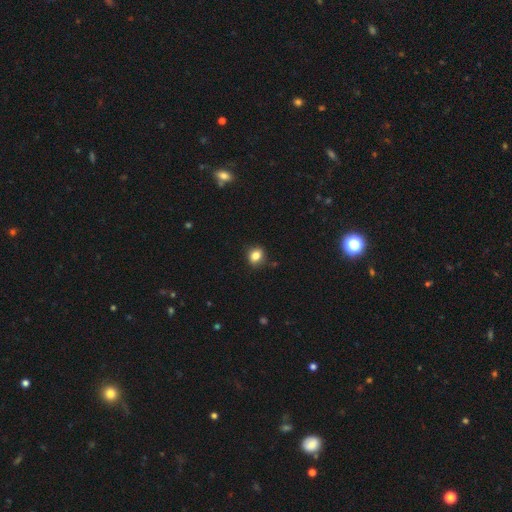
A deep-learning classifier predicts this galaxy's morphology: A smooth galaxy with no disk features (83%) that is round (59%).

Vote fractions:
- Smooth or featured? smooth: 83% / star or artifact: 10% / featured or disk: 7%
- How rounded? round: 59% / in between: 40% / cigar-shaped: 1%
- Merging? none: 83% / minor disturbance: 13% / major disturbance: 3% / merger: 2%